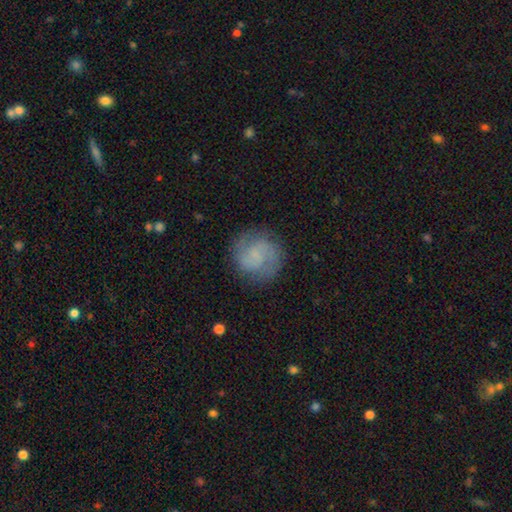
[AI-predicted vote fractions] This is possibly a featured or disk galaxy (60%). It is clearly not viewed edge-on (98%). Bar: possibly no (54%). Spiral arm pattern: clearly yes (93%). Spiral arm count: clearly 2 (83%). Spiral winding: possibly medium (46%). Central bulge: possibly none (46%). Merging: clearly none (83%).